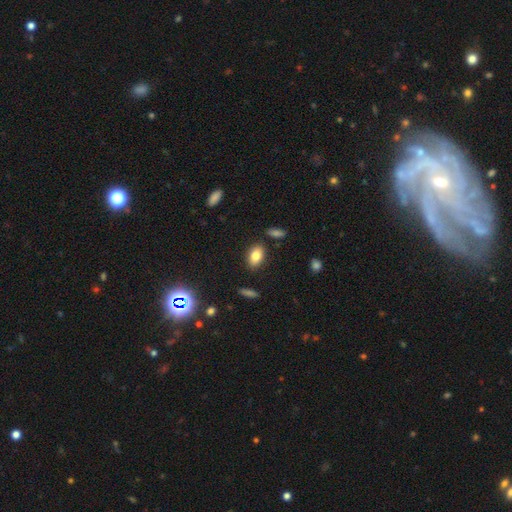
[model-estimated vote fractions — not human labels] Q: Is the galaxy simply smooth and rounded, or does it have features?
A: smooth — 81%.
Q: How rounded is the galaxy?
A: in between — 88%.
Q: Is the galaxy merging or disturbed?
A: none — 85%.